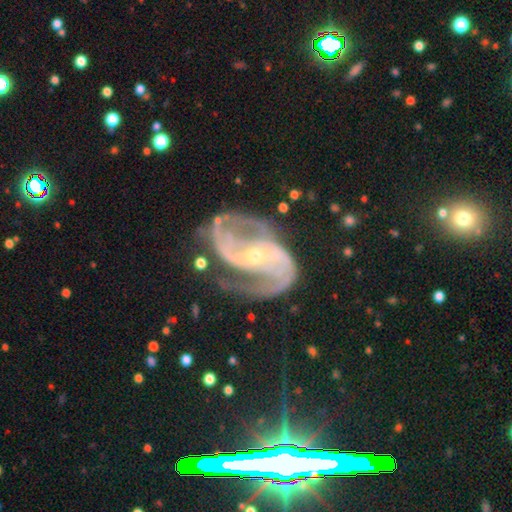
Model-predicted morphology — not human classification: smooth_or_featured: featured or disk (p=0.89) [alt: star or artifact p=0.07]
disk_edge_on: no (p=0.97) [alt: yes p=0.03]
bar: strong (p=0.44) [alt: weak p=0.32]
has_spiral_arms: yes (p=0.97) [alt: no p=0.03]
spiral_winding: medium (p=0.52) [alt: loose p=0.25]
spiral_arm_count: 2 (p=0.83) [alt: can't tell p=0.05]
bulge_size: small (p=0.69) [alt: moderate p=0.27]
merging: none (p=0.55) [alt: minor disturbance p=0.22]